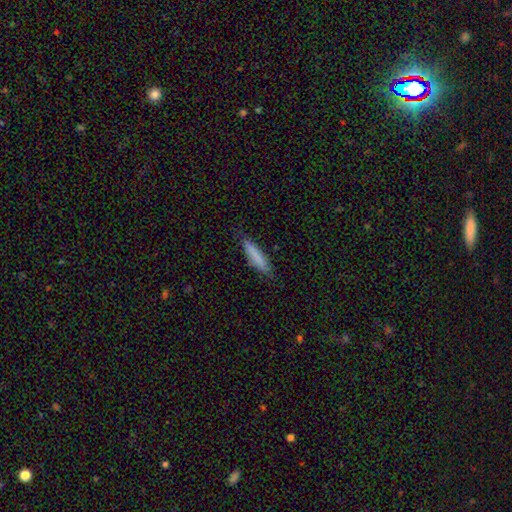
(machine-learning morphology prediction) smooth 80%, featured or disk 13%, star or artifact 6%. Down the decision tree: how rounded — cigar-shaped (86%); merging — none (84%).